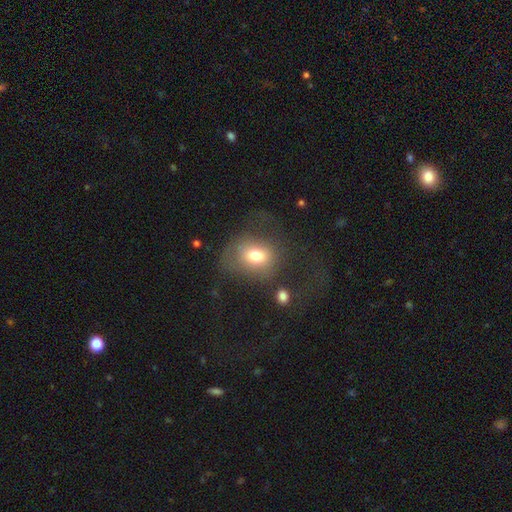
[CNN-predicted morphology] The model was most divided on "how rounded": round: 52%, in between: 47%, cigar-shaped: 1%. Remaining: smooth or featured — smooth (71%); merging — none (41%).